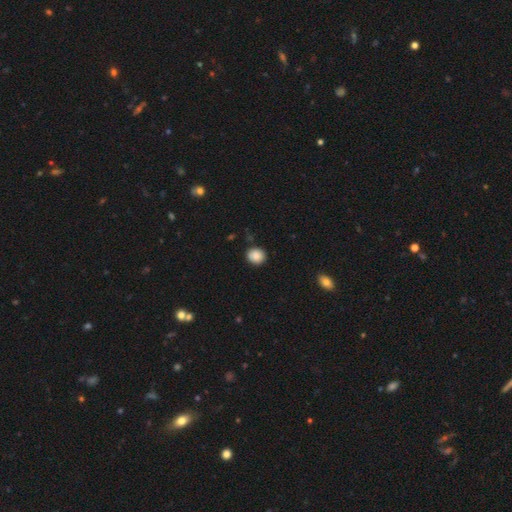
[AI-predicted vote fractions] Smooth or featured: smooth — 87% (star or artifact — 9%)
How rounded: round — 78% (in between — 21%)
Merging: none — 87% (minor disturbance — 9%)